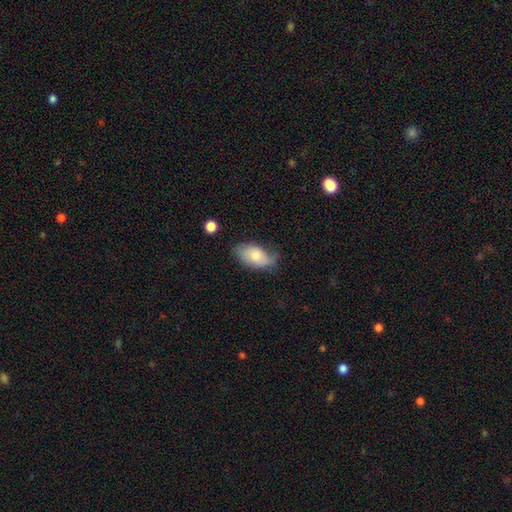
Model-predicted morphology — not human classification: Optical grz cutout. It shows a smooth galaxy with no disk features (71%) that is in between round and cigar-shaped (93%). Merging: none (54%).